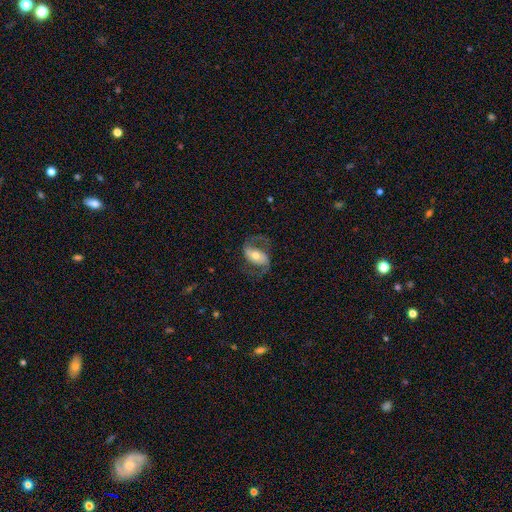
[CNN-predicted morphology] type=featured or disk (80%); edge-on=no (96%); bar=weak (35%); spiral arms=yes (92%); winding=medium (49%); arm count=2 (92%); bulge=moderate (64%); merging=none (71%).